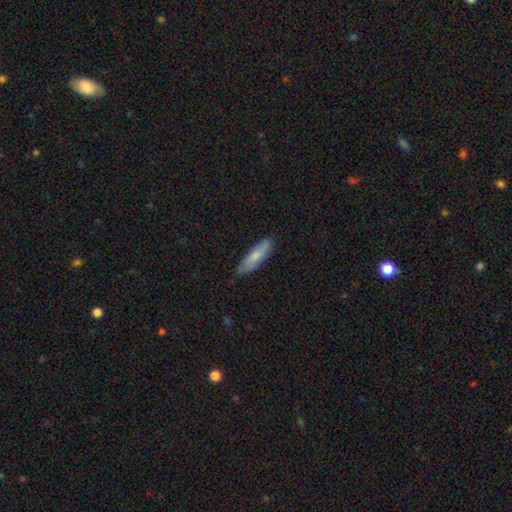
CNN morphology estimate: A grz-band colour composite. It shows a smooth galaxy with no disk features (72%) that is cigar-shaped (60%). Merging: none (79%).